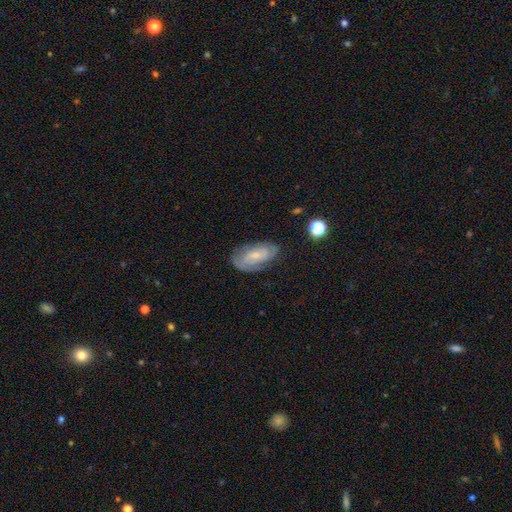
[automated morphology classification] type=featured or disk (61%); edge-on=no (93%); bar=no (47%); spiral arms=yes (86%); bulge=small (57%); merging=none (71%).